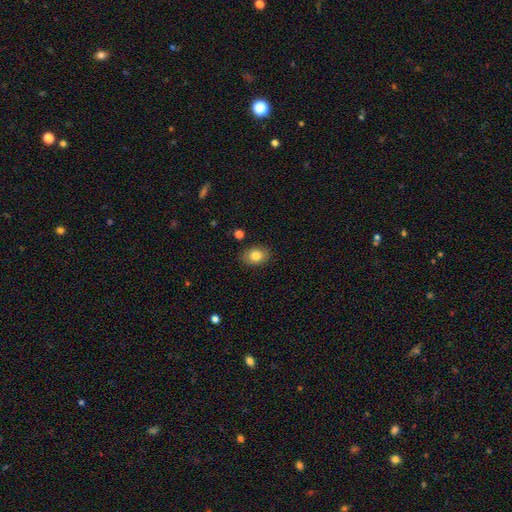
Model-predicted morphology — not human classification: The model was most divided on "how rounded": in between: 72%, round: 27%, cigar-shaped: 1%. More confident: merging — none (85%); smooth or featured — smooth (82%).